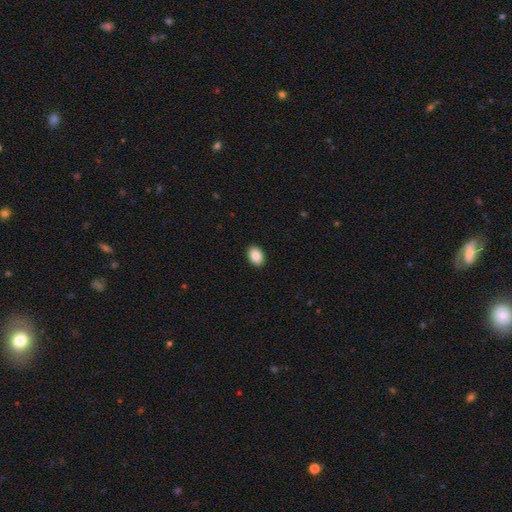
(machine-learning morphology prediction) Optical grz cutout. It shows a smooth galaxy with no disk features (87%) that is in between round and cigar-shaped (85%). Merging: none (91%).